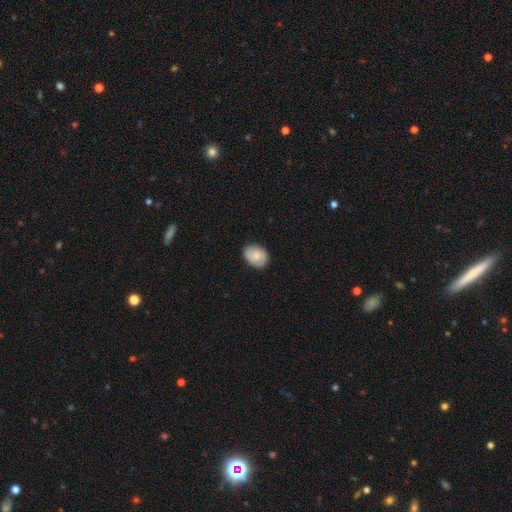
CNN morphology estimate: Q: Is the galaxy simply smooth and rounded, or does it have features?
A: smooth — 72%.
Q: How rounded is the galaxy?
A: in between — 61%.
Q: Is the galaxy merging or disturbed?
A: none — 81%.